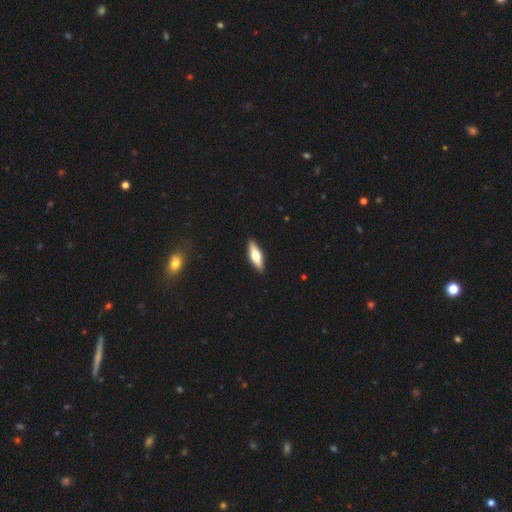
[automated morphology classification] smooth_or_featured: smooth (p=0.47) [tied with: featured or disk p=0.47]
merging: none (p=0.90) [alt: minor disturbance p=0.07]